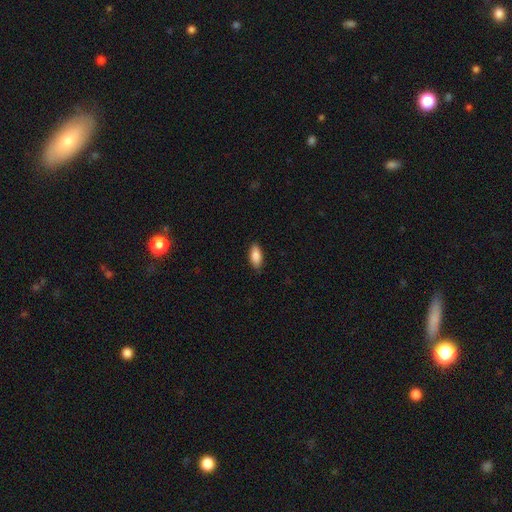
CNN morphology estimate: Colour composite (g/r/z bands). It shows a smooth galaxy with no disk features (86%) that is in between round and cigar-shaped (86%). Merging: none (87%).